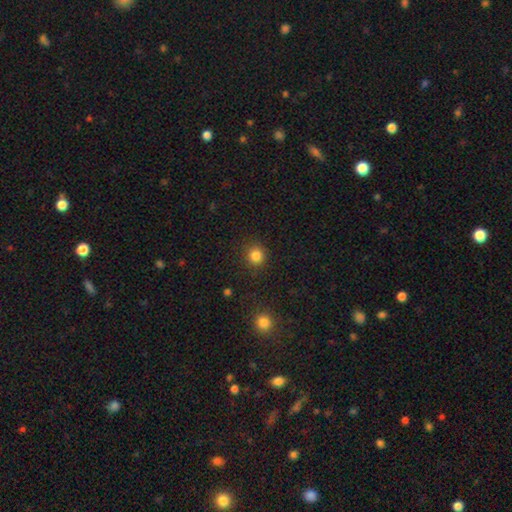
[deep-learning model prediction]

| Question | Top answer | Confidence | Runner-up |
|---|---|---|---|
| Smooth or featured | smooth | 84% | star or artifact (12%) |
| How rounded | round | 91% | in between (8%) |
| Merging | none | 89% | minor disturbance (7%) |